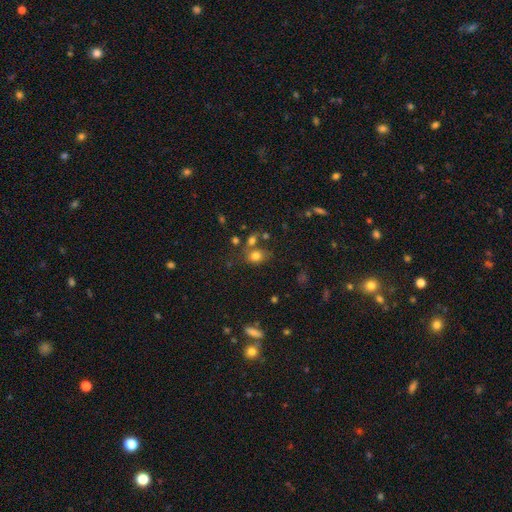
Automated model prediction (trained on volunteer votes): Overall: smooth (77%). How rounded: in between (57%; round 42%). Merging: none (58%; merger 20%).